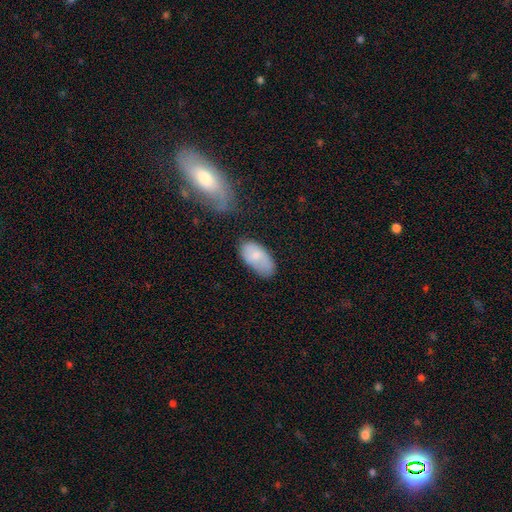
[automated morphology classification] smooth-or-featured: smooth: 73% | featured or disk: 20% | star or artifact: 7%
  how-rounded: in between: 94% | round: 3% | cigar-shaped: 3%
  merging: none: 58% | minor disturbance: 29% | major disturbance: 8% | merger: 4%